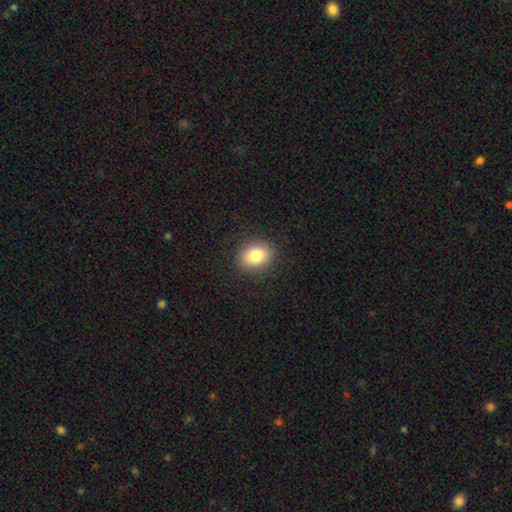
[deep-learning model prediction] A smooth galaxy with no disk features (82%) that is round (55%).

Vote fractions:
- Smooth or featured? smooth: 82% / star or artifact: 10% / featured or disk: 8%
- How rounded? round: 55% / in between: 44% / cigar-shaped: 1%
- Merging? none: 89% / minor disturbance: 8% / major disturbance: 3% / merger: 1%